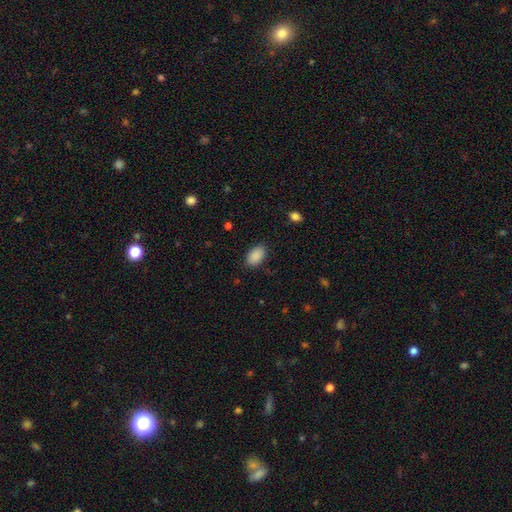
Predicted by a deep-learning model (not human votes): Overall: smooth (90%). How rounded: in between (91%). Merging: none (85%).